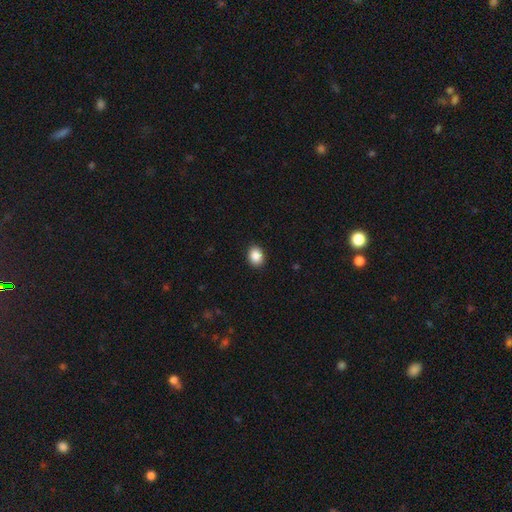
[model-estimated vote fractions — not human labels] This appears to be a smooth galaxy with no disk features (89%) that is in between round and cigar-shaped (54%). Merging: none (91%).